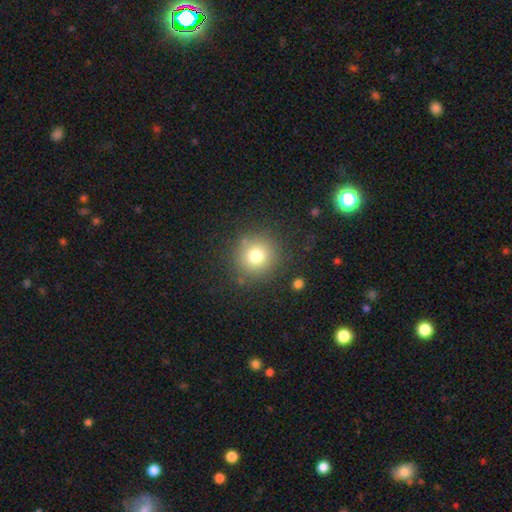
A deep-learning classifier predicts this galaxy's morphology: This is likely a smooth galaxy (75%). How rounded: clearly round (94%). Merging: clearly none (86%).